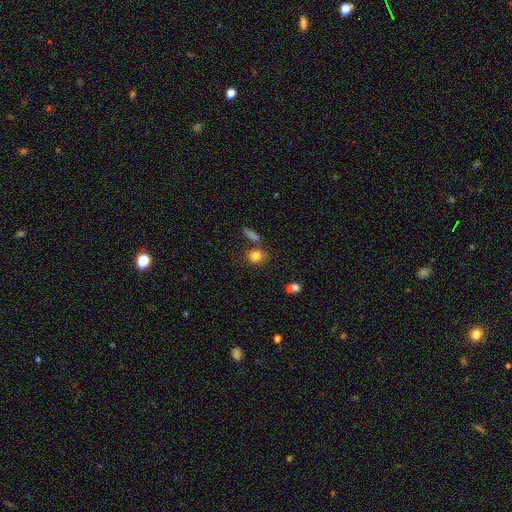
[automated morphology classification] smooth 81%, star or artifact 12%, featured or disk 7%. Down the decision tree: how rounded — round (80%); merging — none (72%).